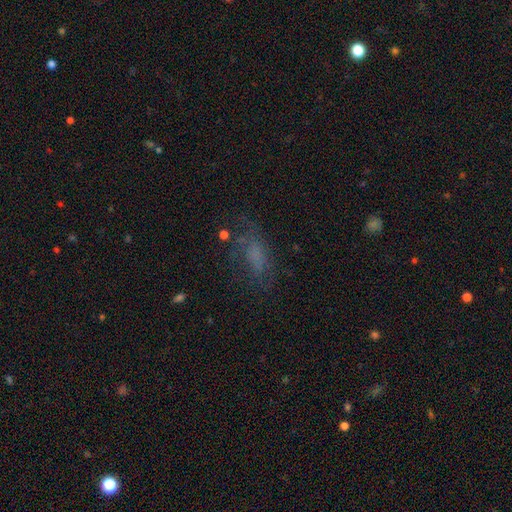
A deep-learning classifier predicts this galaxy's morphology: A smooth galaxy with no disk features (52%) that is in between round and cigar-shaped (77%). Merging: none (50%).